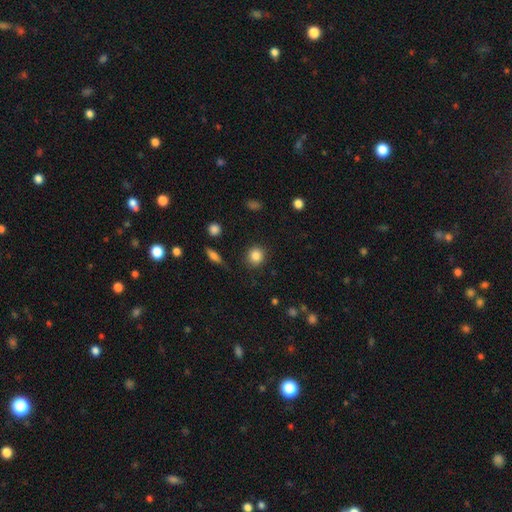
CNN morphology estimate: Smooth or featured? Predicted: smooth (p=0.85). How rounded? Predicted: round (p=0.87). Merging? Predicted: none (p=0.88).